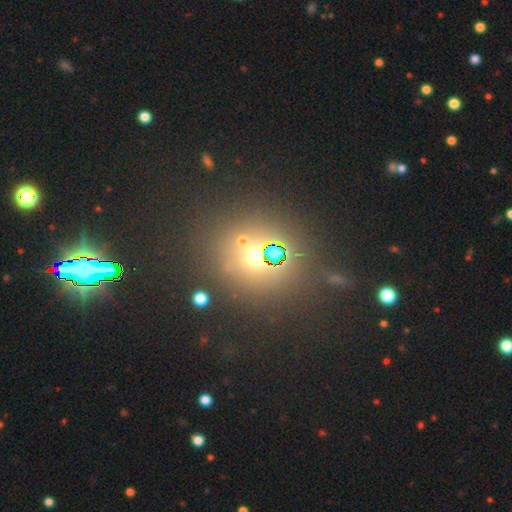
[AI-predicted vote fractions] Smooth or featured? Predicted: star or artifact (p=0.49).